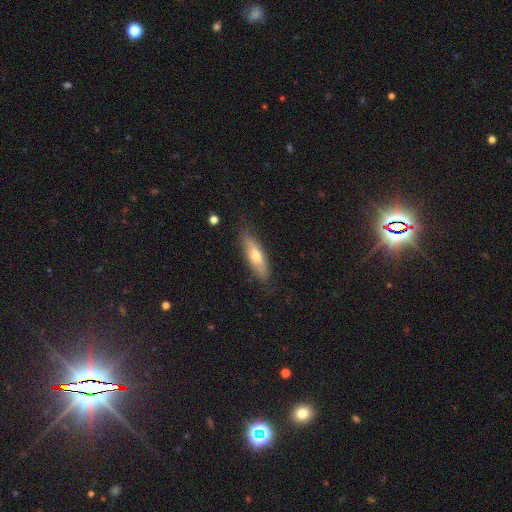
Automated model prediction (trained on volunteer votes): The model was most divided on "how rounded": cigar-shaped: 58%, in between: 40%, round: 2%. More confident: merging — none (82%); smooth or featured — smooth (60%).